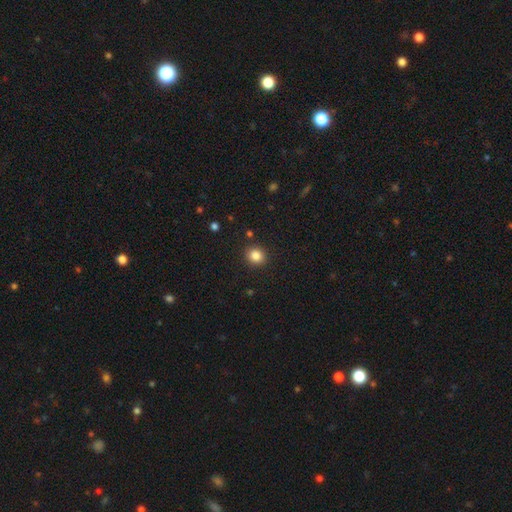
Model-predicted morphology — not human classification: Overall: smooth (84%). How rounded: round (84%). Merging: none (91%).